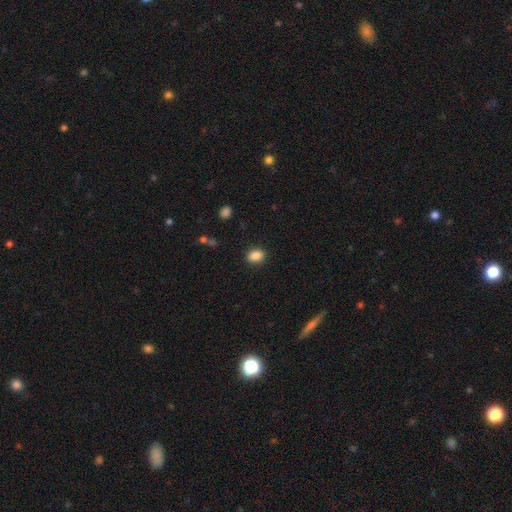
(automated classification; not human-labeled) Smooth or featured? smooth (87%)
How rounded? in between (74%)
Merging? none (88%)